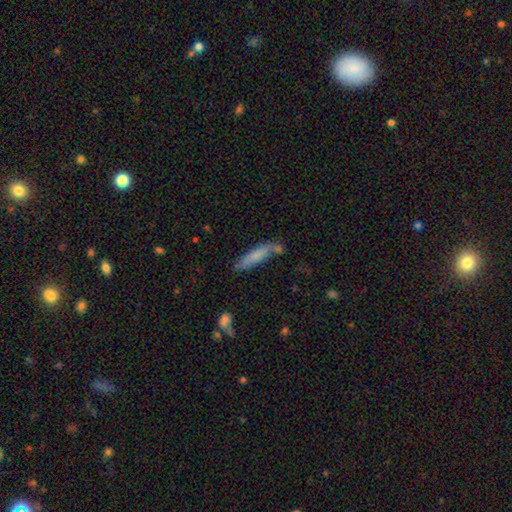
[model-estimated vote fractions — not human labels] Smooth or featured: smooth — 71% (featured or disk — 22%)
How rounded: cigar-shaped — 84% (in between — 14%)
Merging: none — 66% (minor disturbance — 20%)